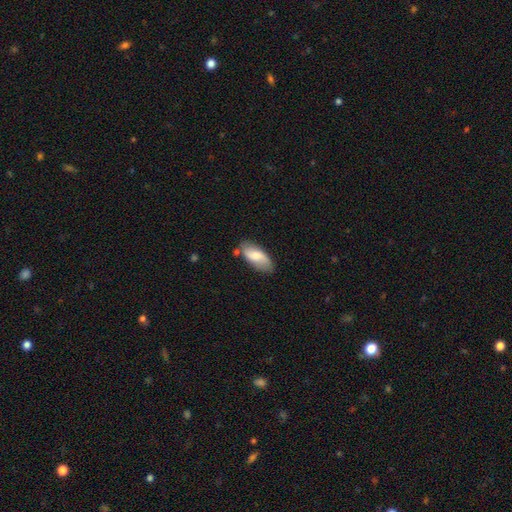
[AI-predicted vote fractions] Smooth or featured? Predicted: smooth (p=0.67). How rounded? Predicted: in between (p=0.88). Merging? Predicted: none (p=0.73).